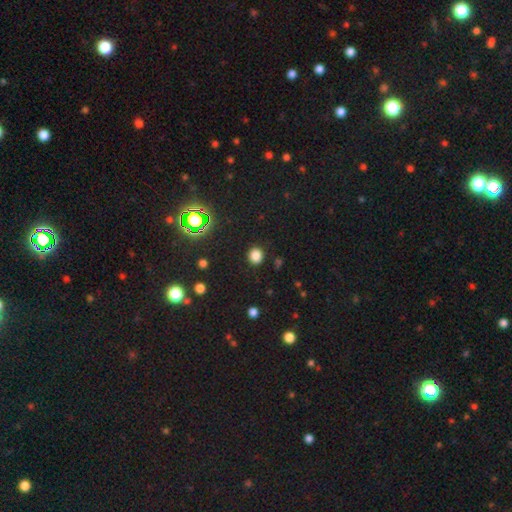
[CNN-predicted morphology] This is likely a smooth galaxy (79%). How rounded: clearly round (85%). Merging: clearly none (89%).